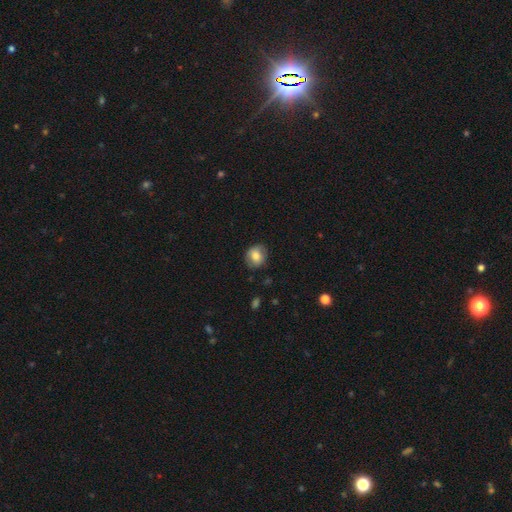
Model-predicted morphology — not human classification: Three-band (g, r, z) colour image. It shows a smooth galaxy with no disk features (76%) that is round (72%). Merging: none (81%).